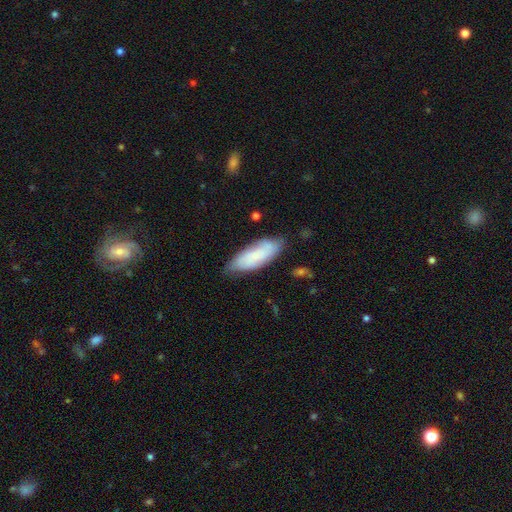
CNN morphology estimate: smooth 61%, featured or disk 32%, star or artifact 7%. Down the decision tree: how rounded — in between (68%); merging — none (70%).